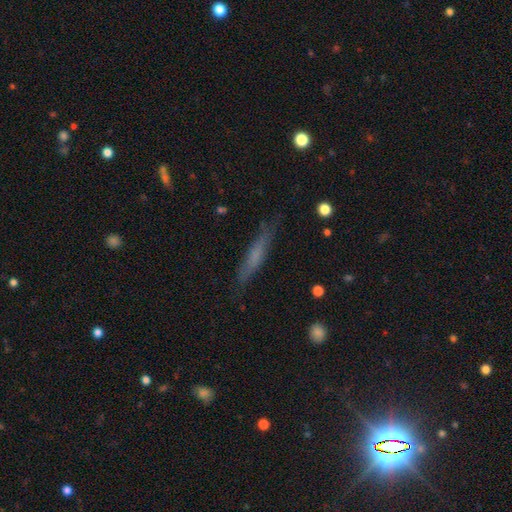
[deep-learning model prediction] smooth 62%, featured or disk 29%, star or artifact 8%. Down the decision tree: how rounded — cigar-shaped (83%); merging — none (73%).